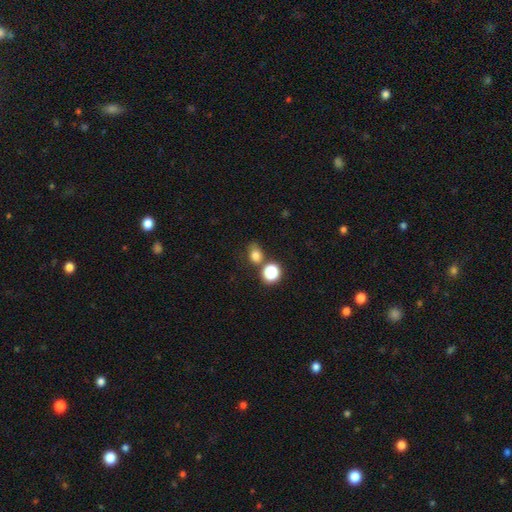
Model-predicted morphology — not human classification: Overall: smooth (76%). How rounded: round (50%; in between 49%). Merging: none (58%; merger 21%).